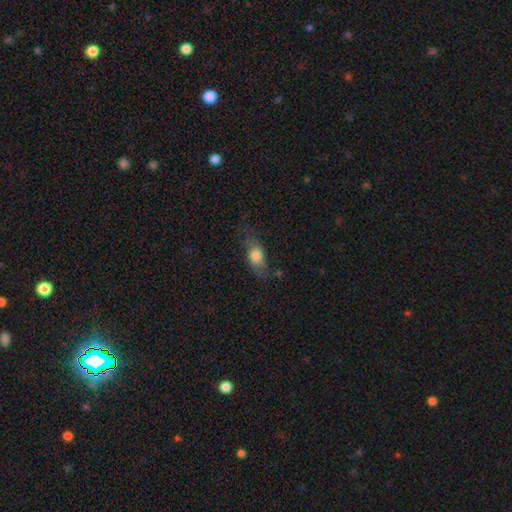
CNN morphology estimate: A smooth galaxy with no disk features (74%) that is in between round and cigar-shaped (77%).

Vote fractions:
- Smooth or featured? smooth: 74% / featured or disk: 18% / star or artifact: 8%
- How rounded? in between: 77% / cigar-shaped: 13% / round: 10%
- Merging? none: 57% / minor disturbance: 27% / major disturbance: 14% / merger: 3%